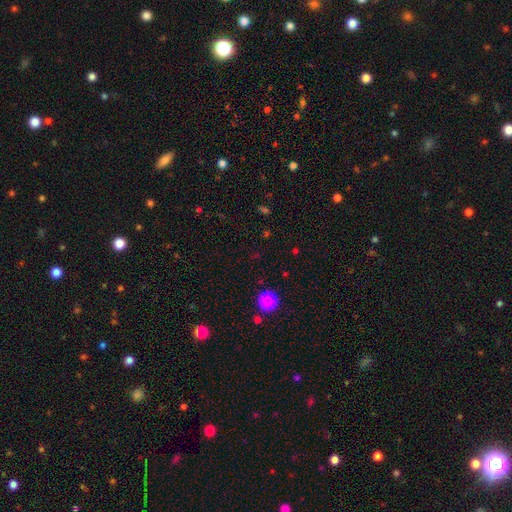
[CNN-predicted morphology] smooth-or-featured: star or artifact: 61% | smooth: 32% | featured or disk: 7%